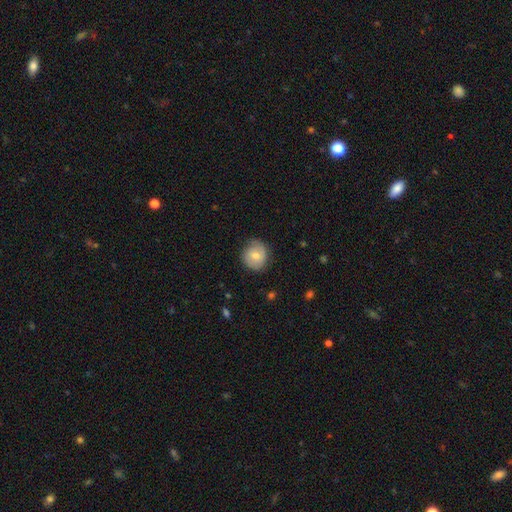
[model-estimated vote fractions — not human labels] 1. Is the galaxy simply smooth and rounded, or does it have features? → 63% smooth, 29% featured or disk, 7% star or artifact.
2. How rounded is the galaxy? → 84% round, 15% in between, 1% cigar-shaped.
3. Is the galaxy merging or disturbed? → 73% none, 21% minor disturbance, 5% major disturbance, 1% merger.